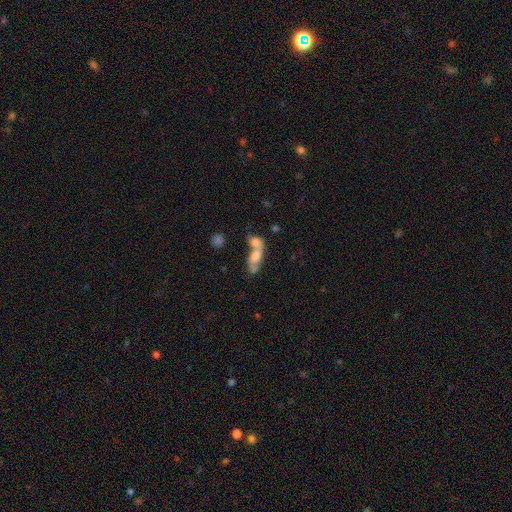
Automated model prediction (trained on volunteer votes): smooth 53%, featured or disk 36%, star or artifact 12%. Down the decision tree: how rounded — in between (68%); merging — merger (67%).